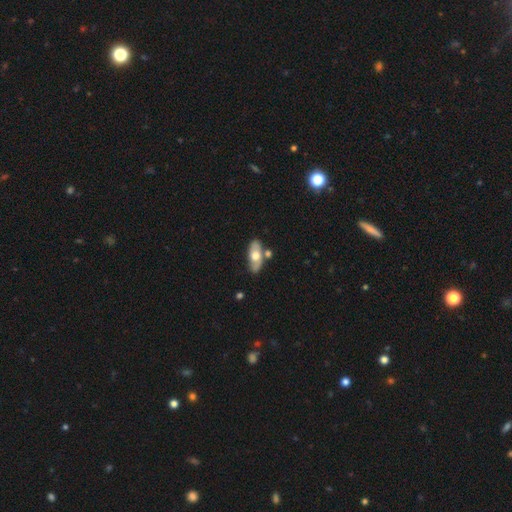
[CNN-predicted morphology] type=smooth (52%); roundness=in between (86%); merging=none (70%).